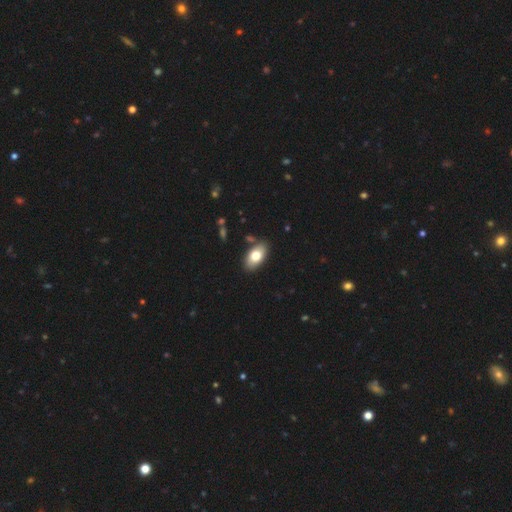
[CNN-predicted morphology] The model was most divided on "smooth or featured": smooth: 76%, featured or disk: 17%, star or artifact: 7%. More confident: how rounded — in between (93%); merging — none (84%).